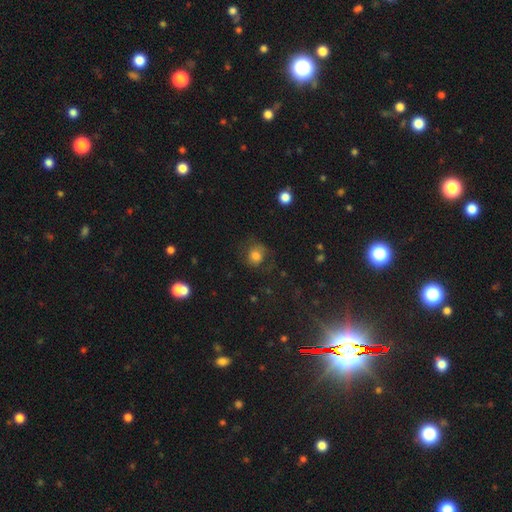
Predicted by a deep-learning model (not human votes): Q: Smooth or featured?
A: smooth (68%); runner-up: featured or disk (19%)
Q: How rounded?
A: round (78%); runner-up: in between (21%)
Q: Merging?
A: none (59%); runner-up: minor disturbance (20%)